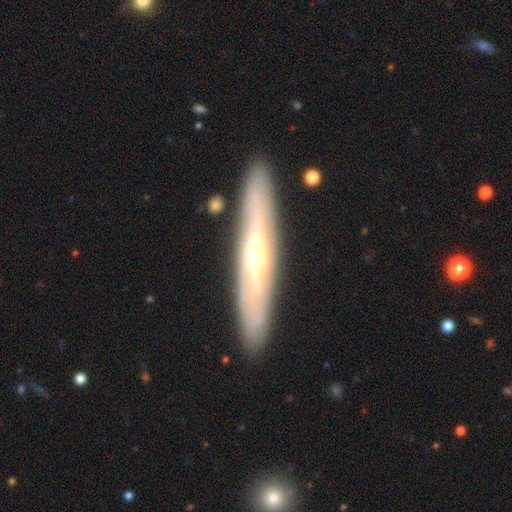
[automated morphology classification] type=featured or disk (73%); edge-on=yes (72%); edge-on bulge=rounded (70%); merging=none (89%).